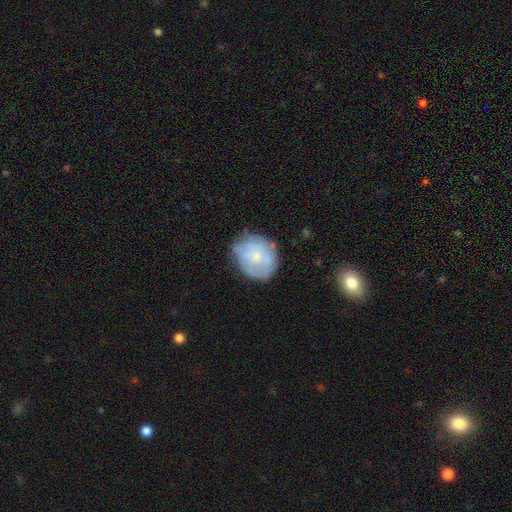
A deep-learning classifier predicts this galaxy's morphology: type=smooth (56%); roundness=round (66%); merging=none (63%).